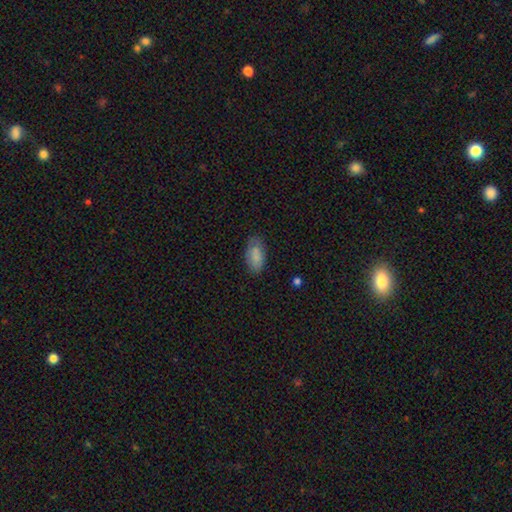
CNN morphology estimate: A smooth galaxy with no disk features (78%) that is in between round and cigar-shaped (93%).

Vote fractions:
- Smooth or featured? smooth: 78% / featured or disk: 14% / star or artifact: 8%
- How rounded? in between: 93% / round: 4% / cigar-shaped: 3%
- Merging? none: 71% / minor disturbance: 21% / major disturbance: 5% / merger: 2%